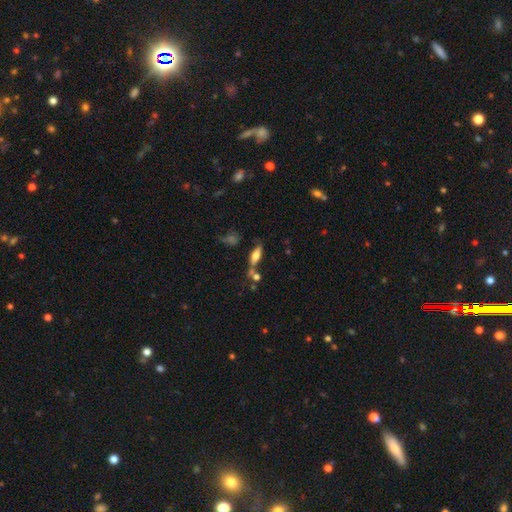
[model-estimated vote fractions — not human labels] smooth_or_featured: smooth (p=0.52) [alt: featured or disk p=0.38]
how_rounded: in between (p=0.51) [alt: cigar-shaped p=0.45]
merging: none (p=0.60) [alt: merger p=0.18]